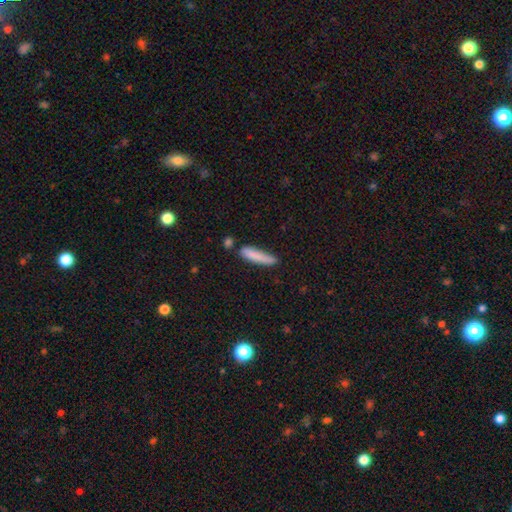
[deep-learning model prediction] This is clearly a smooth galaxy (82%). How rounded: clearly cigar-shaped (86%). Merging: likely none (68%).